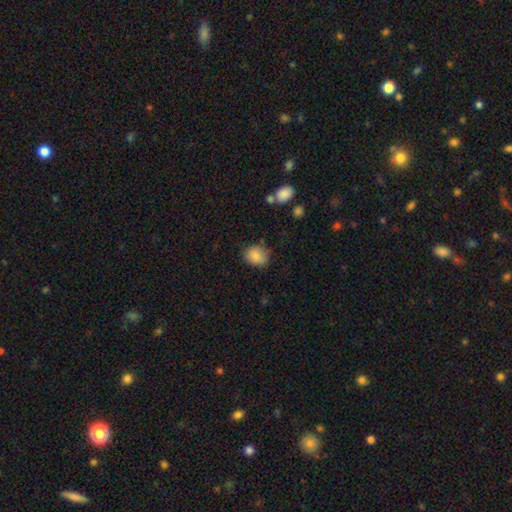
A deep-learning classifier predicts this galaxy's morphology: The model was most divided on "how rounded": round: 66%, in between: 33%, cigar-shaped: 1%. More confident: smooth or featured — smooth (86%); merging — none (76%).